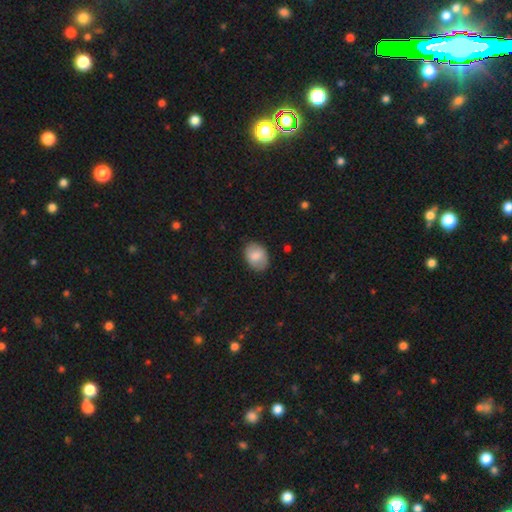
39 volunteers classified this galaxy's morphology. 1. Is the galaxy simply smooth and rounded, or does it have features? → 90% smooth, 8% featured or disk, 3% star or artifact.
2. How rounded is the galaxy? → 80% in between, 20% round, 0% cigar-shaped.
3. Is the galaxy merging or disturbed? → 79% none, 13% minor disturbance, 8% major disturbance, 0% merger.